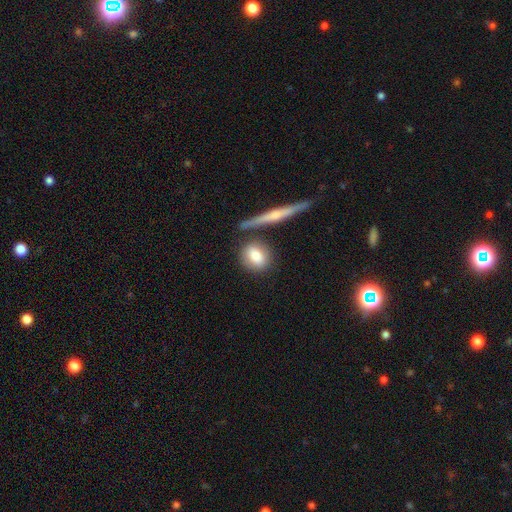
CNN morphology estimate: smooth 80%, featured or disk 14%, star or artifact 6%. Down the decision tree: how rounded — round (55%); merging — none (72%).